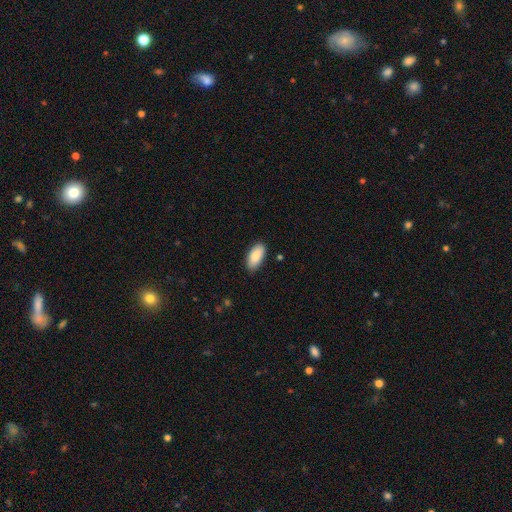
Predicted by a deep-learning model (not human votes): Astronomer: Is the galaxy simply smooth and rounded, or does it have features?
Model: smooth — 88%.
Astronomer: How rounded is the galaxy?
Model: in between — 92%.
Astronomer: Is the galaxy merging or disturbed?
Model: none — 87%.